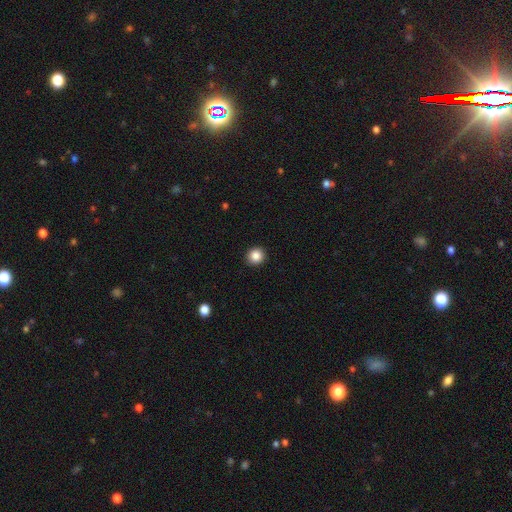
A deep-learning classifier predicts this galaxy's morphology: This is clearly a smooth galaxy (86%). How rounded: clearly round (91%). Merging: clearly none (93%).